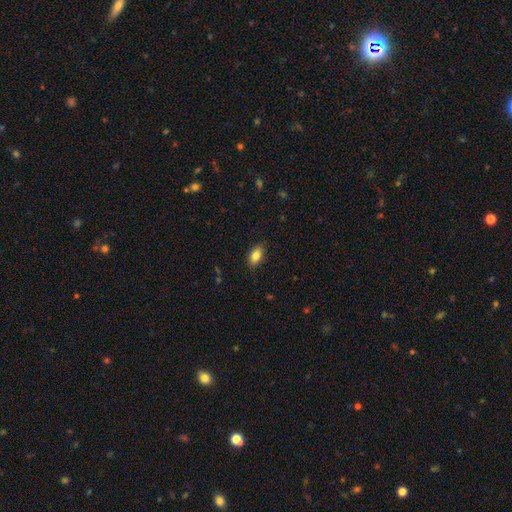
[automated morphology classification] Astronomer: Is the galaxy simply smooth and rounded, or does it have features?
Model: smooth — 85%.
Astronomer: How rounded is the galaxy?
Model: in between — 89%.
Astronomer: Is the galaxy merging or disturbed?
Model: none — 86%.